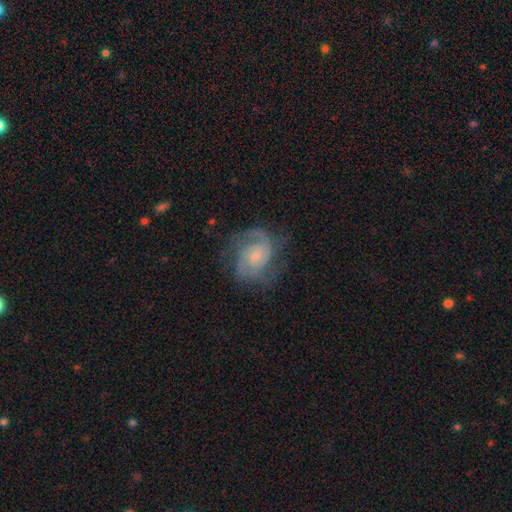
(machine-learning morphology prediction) Smooth or featured? Predicted: featured or disk (p=0.85). Edge-on disk? Predicted: no (p=0.98). Bar? Predicted: no (p=0.61). Spiral arms? Predicted: yes (p=0.96). Spiral winding? Predicted: medium (p=0.47). Spiral arm count? Predicted: 2 (p=0.66). Bulge size? Predicted: small (p=0.64). Merging? Predicted: none (p=0.68).